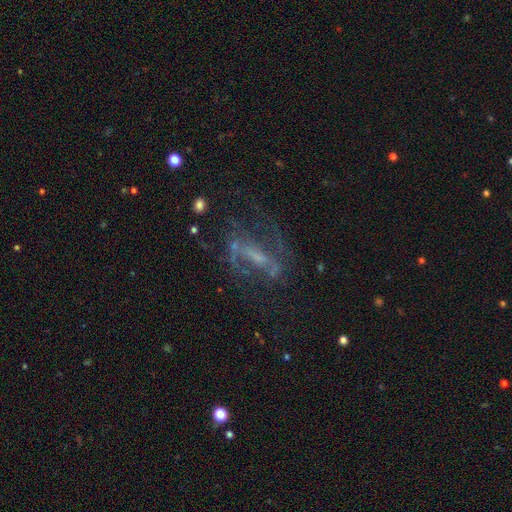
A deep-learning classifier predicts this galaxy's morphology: smooth-or-featured: featured or disk: 72% | star or artifact: 15% | smooth: 13%
  disk-edge-on: no: 88% | yes: 12%
    bar: strong: 44% | weak: 34% | no: 21%
    has-spiral-arms: yes: 73% | no: 27%
    bulge-size: small: 41% | none: 29% | moderate: 24% | large: 4% | dominant: 1%
  merging: none: 56% | major disturbance: 23% | minor disturbance: 17% | merger: 4%